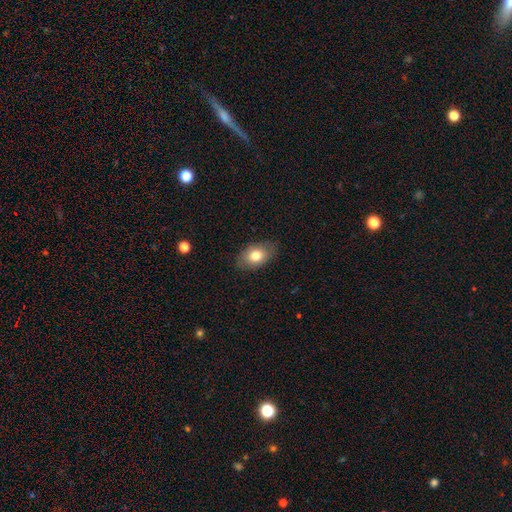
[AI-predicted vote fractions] Smooth or featured? smooth (78%)
How rounded? in between (86%)
Merging? none (83%)